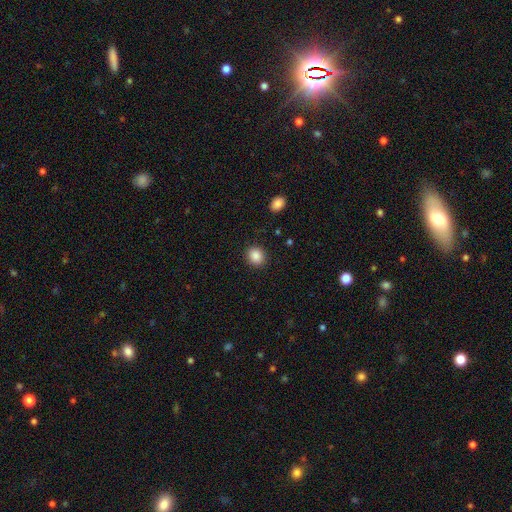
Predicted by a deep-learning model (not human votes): A smooth galaxy with no disk features (88%) that is round (69%). Merging: none (90%).